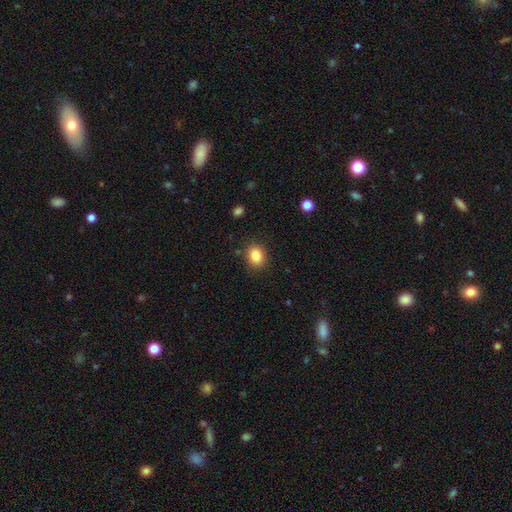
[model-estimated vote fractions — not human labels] This appears to be a smooth galaxy with no disk features (85%) that is in between round and cigar-shaped (52%). Merging: none (86%).